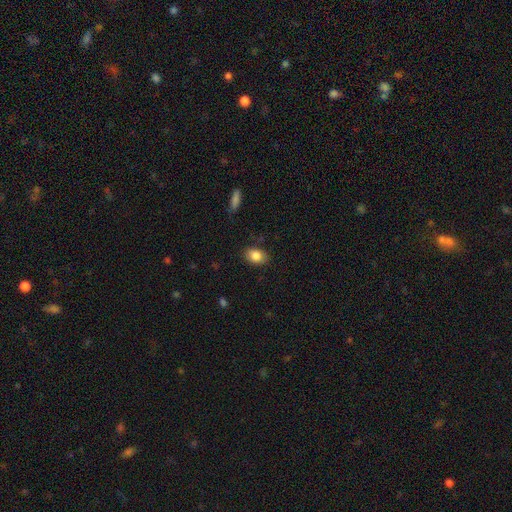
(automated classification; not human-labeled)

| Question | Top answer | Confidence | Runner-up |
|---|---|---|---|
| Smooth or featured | smooth | 85% | star or artifact (8%) |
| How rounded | in between | 78% | round (21%) |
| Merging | none | 85% | minor disturbance (11%) |